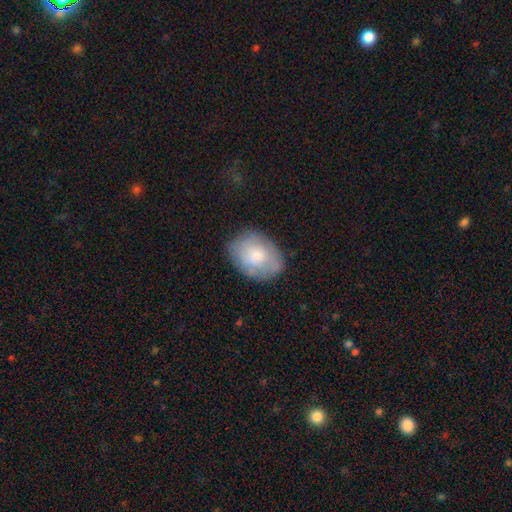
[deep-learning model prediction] Smooth or featured? smooth (67%)
How rounded? in between (72%)
Merging? none (72%)